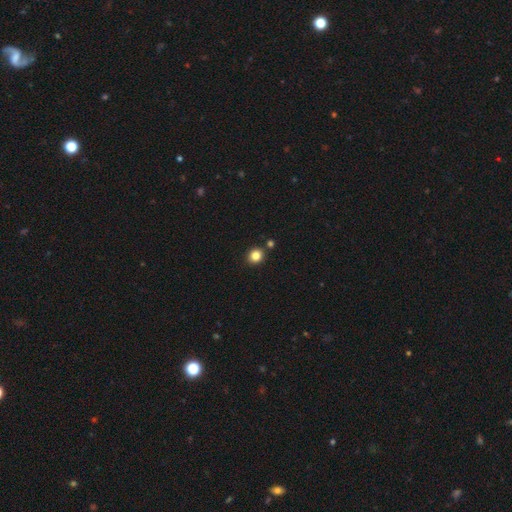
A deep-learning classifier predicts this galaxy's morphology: A smooth galaxy with no disk features (83%) that is round (86%). Merging: none (86%).